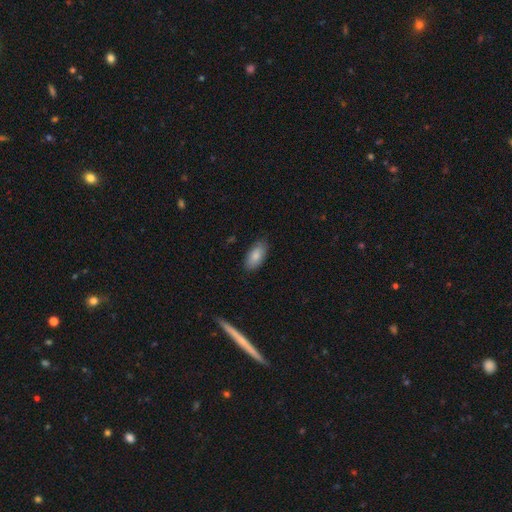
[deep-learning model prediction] A smooth galaxy with no disk features (84%) that is in between round and cigar-shaped (92%). Merging: none (83%).